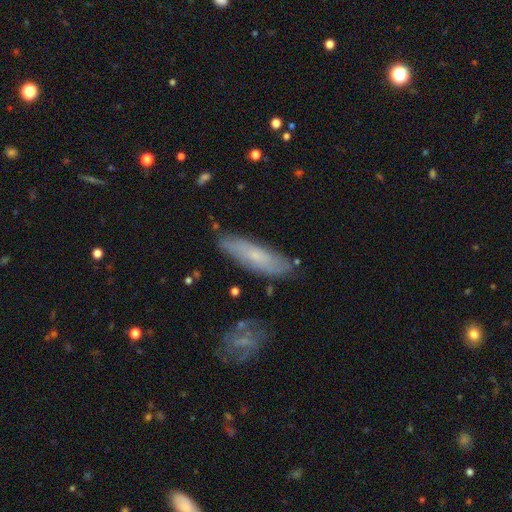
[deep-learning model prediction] smooth_or_featured: smooth (p=0.59) [alt: featured or disk p=0.34]
how_rounded: cigar-shaped (p=0.61) [alt: in between p=0.37]
merging: none (p=0.79) [alt: minor disturbance p=0.15]